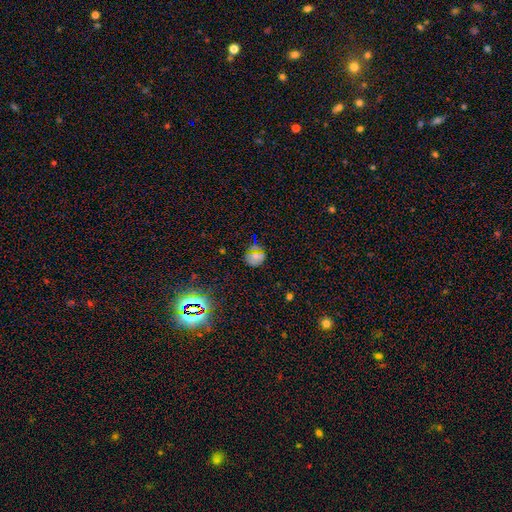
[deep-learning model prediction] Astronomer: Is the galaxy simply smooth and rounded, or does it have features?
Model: smooth — 59%.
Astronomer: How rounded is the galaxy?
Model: round — 79%.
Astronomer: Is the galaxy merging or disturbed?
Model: none — 79%.